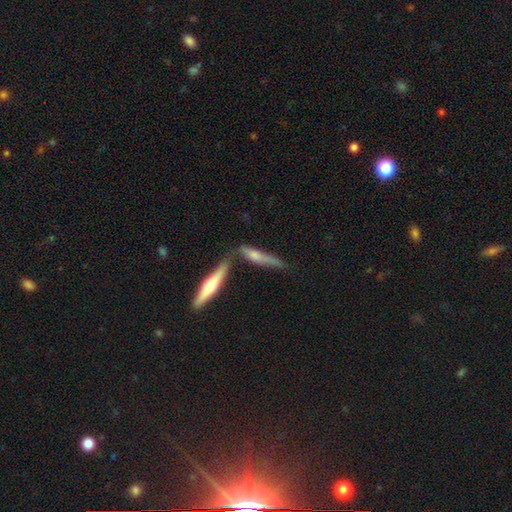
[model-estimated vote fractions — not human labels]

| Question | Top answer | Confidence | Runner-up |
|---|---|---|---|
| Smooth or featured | smooth | 56% | featured or disk (38%) |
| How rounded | cigar-shaped | 82% | in between (16%) |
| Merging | none | 43% | merger (29%) |